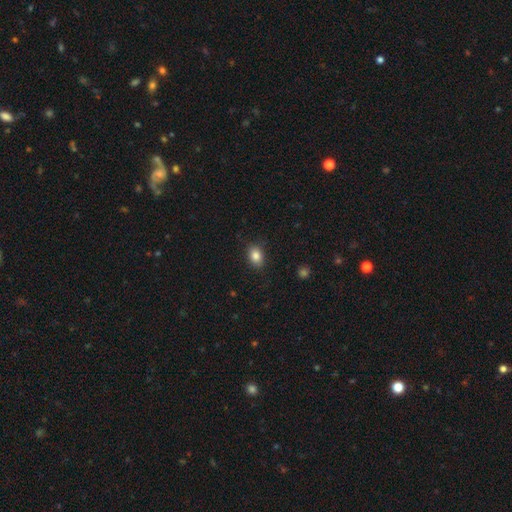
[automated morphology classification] Smooth or featured: smooth — 84% (star or artifact — 9%)
How rounded: in between — 76% (round — 23%)
Merging: none — 87% (minor disturbance — 10%)